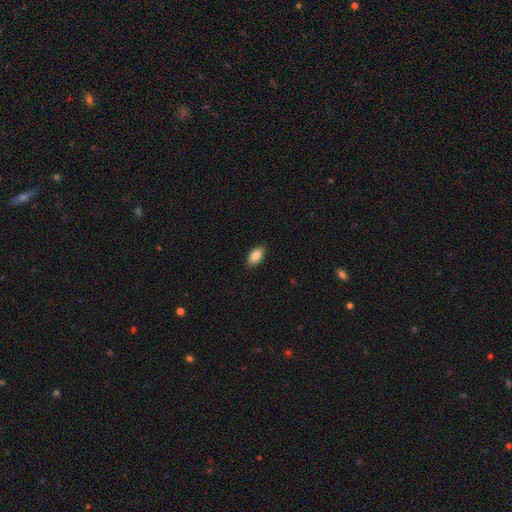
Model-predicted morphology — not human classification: A smooth galaxy with no disk features (86%) that is in between round and cigar-shaped (93%). Merging: none (88%).